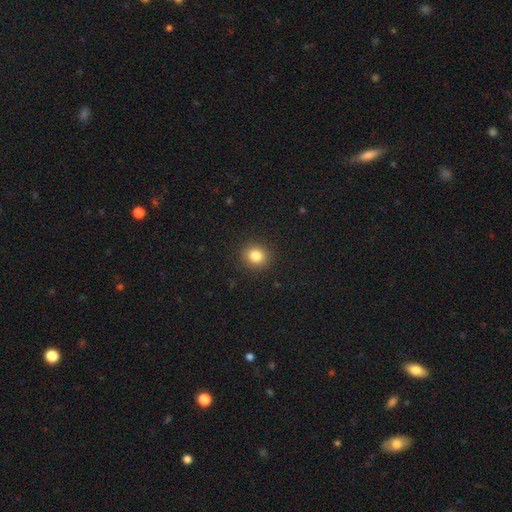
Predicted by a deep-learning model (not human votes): A smooth galaxy with no disk features (84%) that is round (79%). Merging: none (91%).